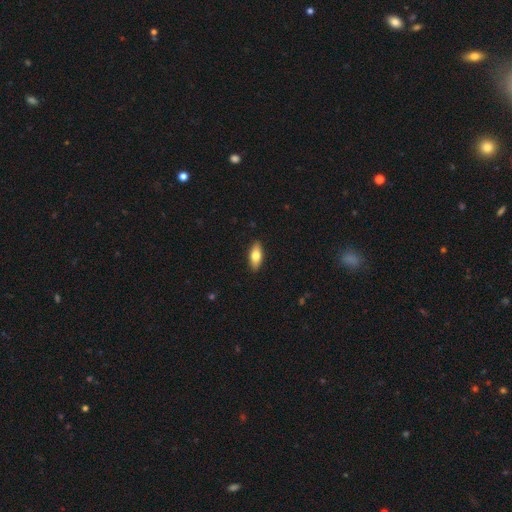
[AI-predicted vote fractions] This appears to be a smooth galaxy with no disk features (73%) that is in between round and cigar-shaped (79%). Merging: none (90%).